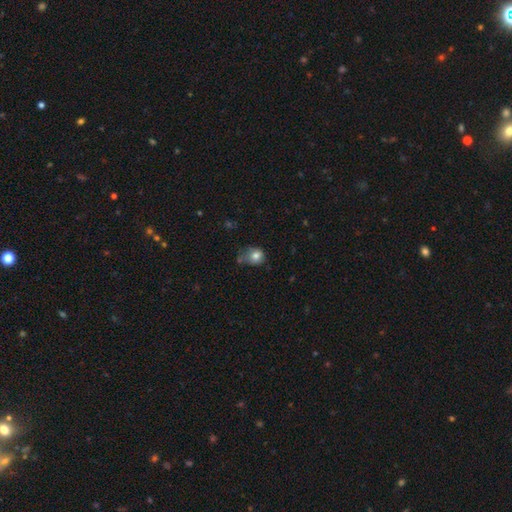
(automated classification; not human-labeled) Smooth or featured?
  - smooth: 78% *
  - featured or disk: 12%
  - star or artifact: 10%
How rounded?
  - round: 65% *
  - in between: 34%
  - cigar-shaped: 1%
Merging?
  - none: 40% *
  - minor disturbance: 34%
  - major disturbance: 16%
  - merger: 10%